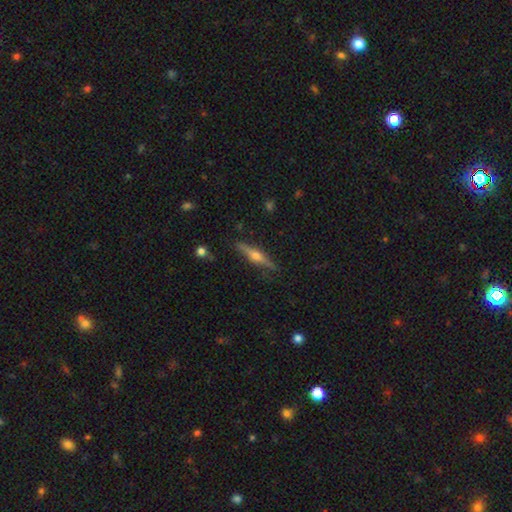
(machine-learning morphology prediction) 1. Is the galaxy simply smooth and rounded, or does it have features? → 71% featured or disk, 22% smooth, 7% star or artifact.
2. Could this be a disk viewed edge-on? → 97% yes, 3% no.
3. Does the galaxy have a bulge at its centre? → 92% rounded, 4% boxy, 3% none.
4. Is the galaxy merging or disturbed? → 87% none, 10% minor disturbance, 2% major disturbance, 1% merger.